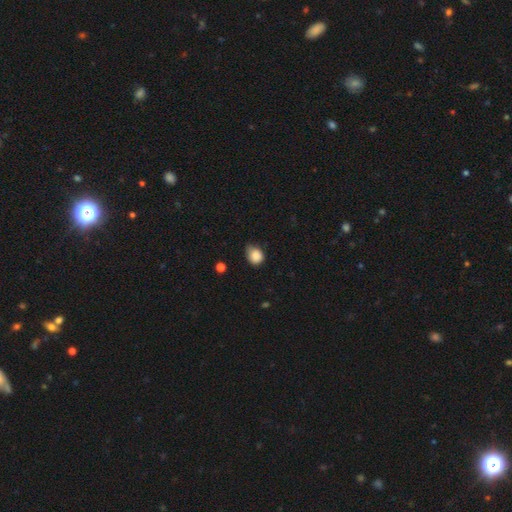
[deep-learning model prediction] Morphology: type=smooth (86%); roundness=round (61%); merging=none (50%).